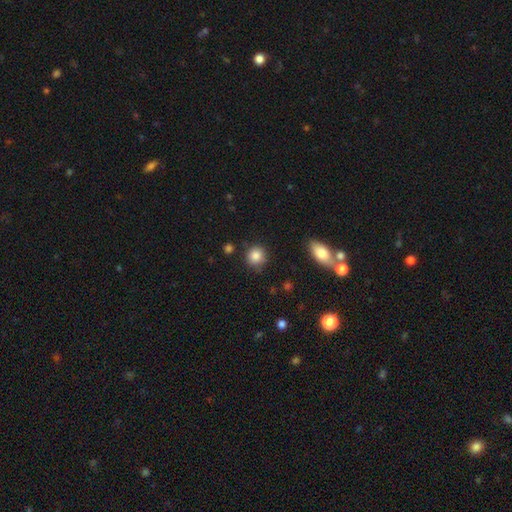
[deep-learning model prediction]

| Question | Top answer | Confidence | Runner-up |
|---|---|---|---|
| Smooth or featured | smooth | 85% | star or artifact (10%) |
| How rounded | round | 88% | in between (11%) |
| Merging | none | 84% | minor disturbance (11%) |